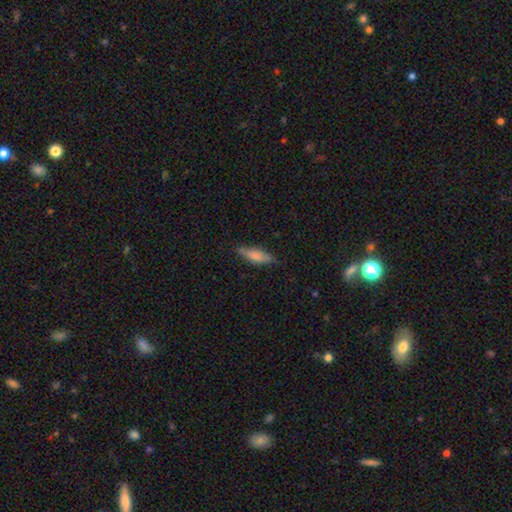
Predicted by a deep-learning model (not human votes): The model was most divided on "how rounded": in between: 51%, cigar-shaped: 47%, round: 2%. More confident: merging — none (76%); smooth or featured — smooth (71%).